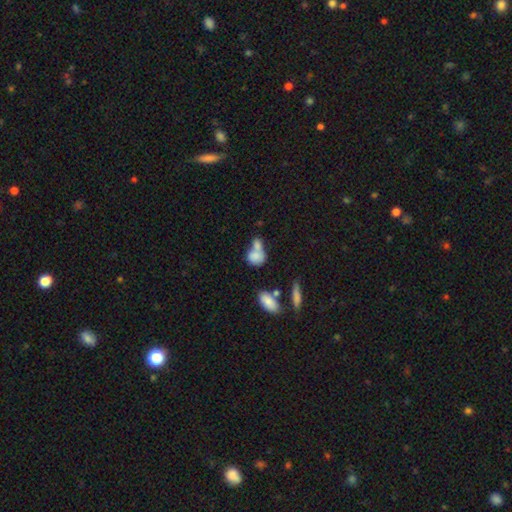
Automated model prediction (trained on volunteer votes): The model was most divided on "how rounded": in between: 61%, round: 37%, cigar-shaped: 3%. More confident: smooth or featured — smooth (77%); merging — merger (60%).